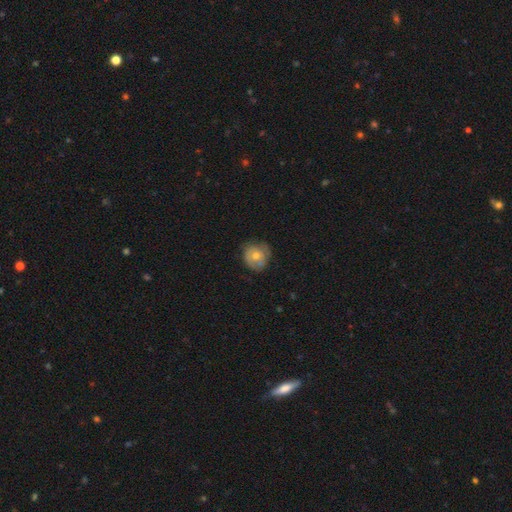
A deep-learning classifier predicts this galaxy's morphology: Smooth or featured: smooth — 54% (featured or disk — 37%)
How rounded: round — 87% (in between — 12%)
Merging: none — 71% (minor disturbance — 22%)